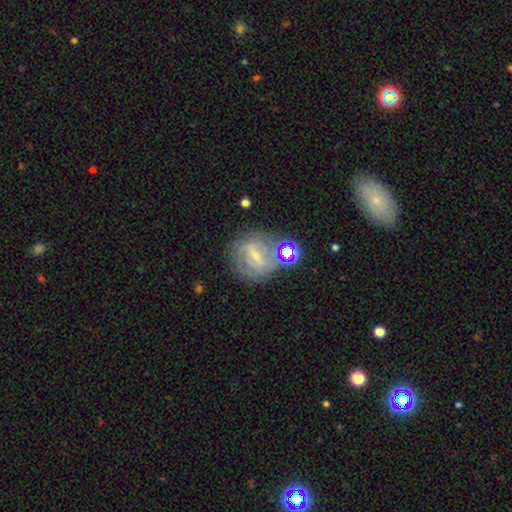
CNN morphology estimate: type=featured or disk (55%); edge-on=no (89%); merging=none (57%).